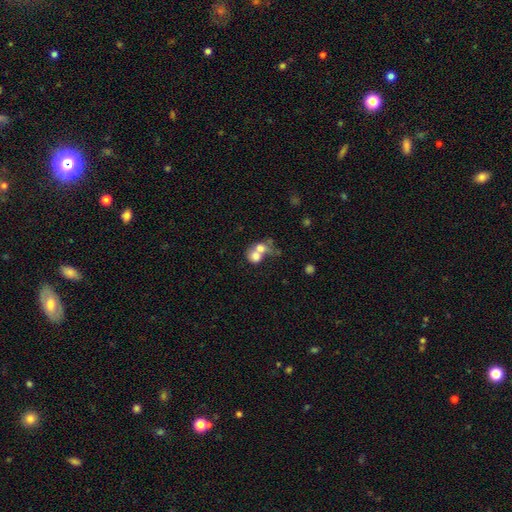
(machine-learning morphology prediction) Q: Smooth or featured?
A: smooth (68%); runner-up: featured or disk (22%)
Q: How rounded?
A: round (60%); runner-up: in between (39%)
Q: Merging?
A: merger (69%); runner-up: none (19%)